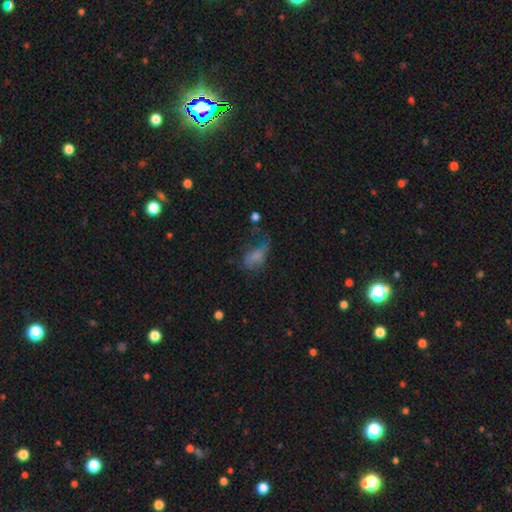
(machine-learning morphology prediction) Q: Smooth or featured?
A: smooth (57%); runner-up: featured or disk (27%)
Q: How rounded?
A: in between (84%); runner-up: cigar-shaped (8%)
Q: Merging?
A: major disturbance (48%); runner-up: none (24%)